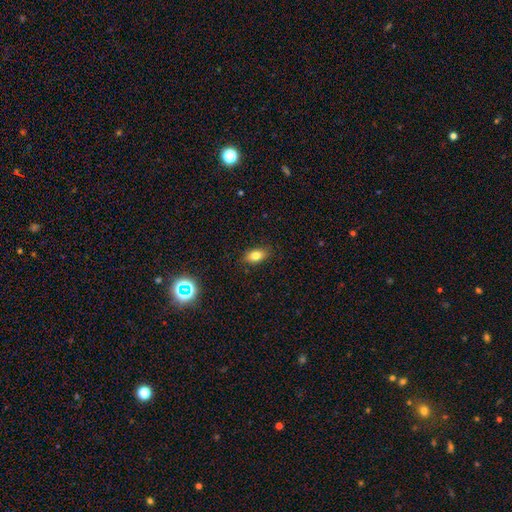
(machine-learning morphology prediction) Smooth or featured: smooth — 79% (star or artifact — 11%)
How rounded: in between — 86% (round — 10%)
Merging: none — 86% (minor disturbance — 11%)